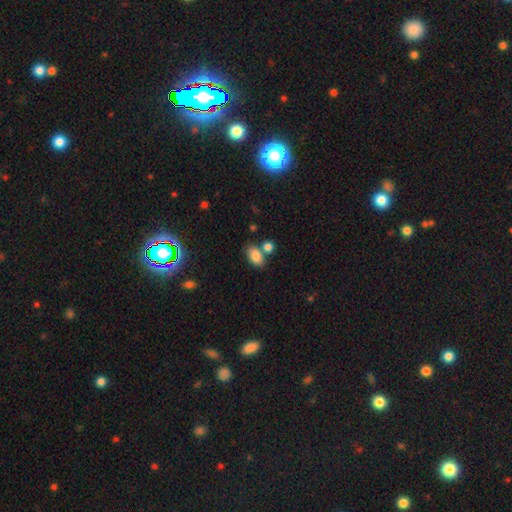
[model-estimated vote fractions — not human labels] Smooth or featured? smooth (84%)
How rounded? in between (86%)
Merging? none (63%)